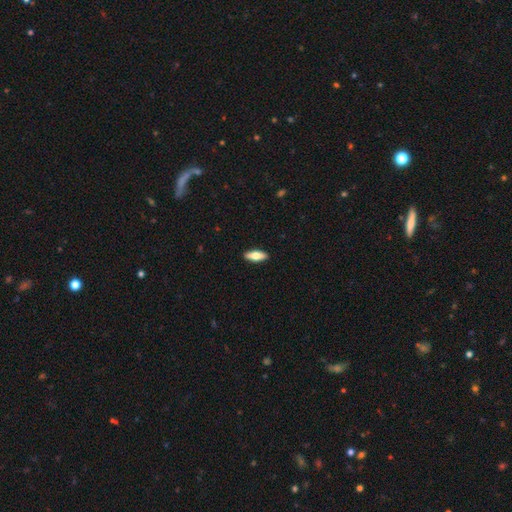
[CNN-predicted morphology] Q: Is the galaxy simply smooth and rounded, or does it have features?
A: smooth — 63%.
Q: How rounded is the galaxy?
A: in between — 61%.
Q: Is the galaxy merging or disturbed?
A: none — 90%.